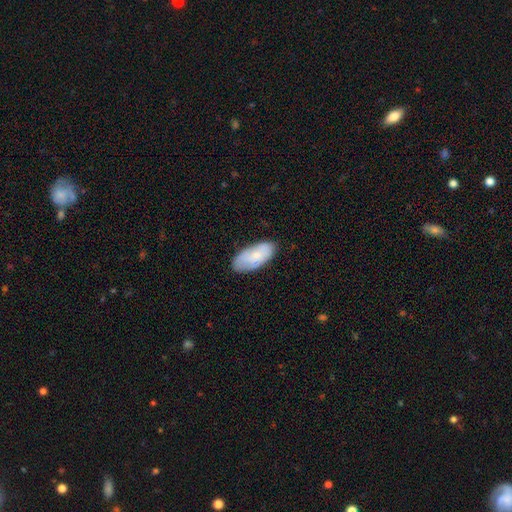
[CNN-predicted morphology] smooth-or-featured: smooth: 72% | featured or disk: 22% | star or artifact: 6%
  how-rounded: in between: 91% | cigar-shaped: 7% | round: 2%
  merging: none: 78% | minor disturbance: 18% | major disturbance: 3% | merger: 1%